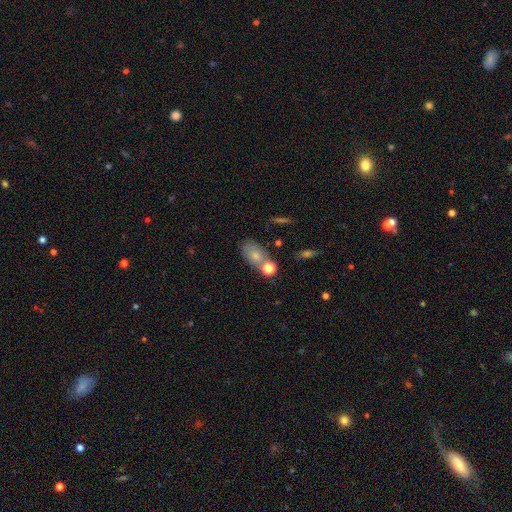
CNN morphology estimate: The model was most divided on "merging": none: 51%, merger: 28%, minor disturbance: 15%, major disturbance: 6%. More confident: how rounded — in between (82%); smooth or featured — smooth (72%).